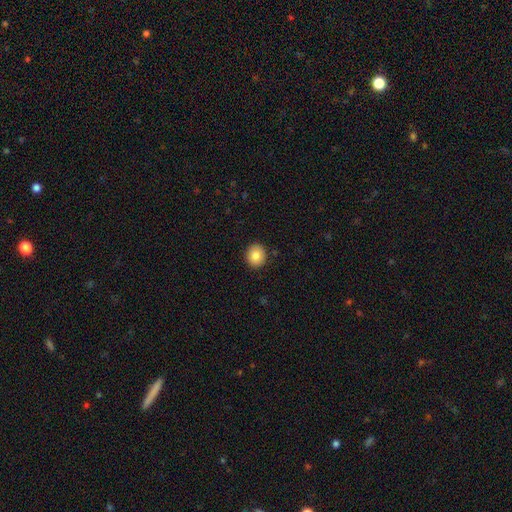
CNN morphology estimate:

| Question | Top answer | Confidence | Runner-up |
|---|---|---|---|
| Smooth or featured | smooth | 83% | star or artifact (9%) |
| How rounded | round | 79% | in between (20%) |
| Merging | none | 91% | minor disturbance (6%) |